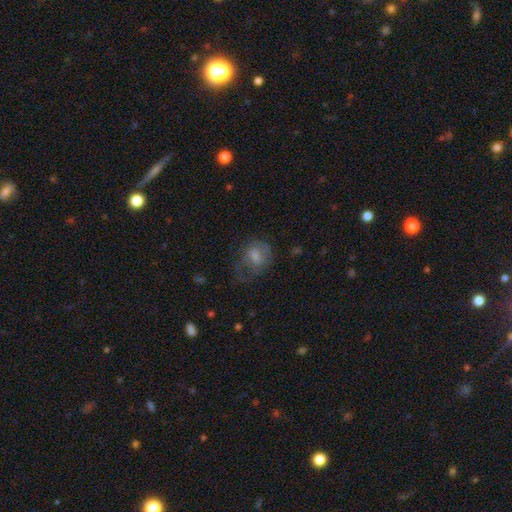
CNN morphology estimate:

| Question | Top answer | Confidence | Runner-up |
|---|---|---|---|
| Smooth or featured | smooth | 64% | featured or disk (26%) |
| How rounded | in between | 50% | round (49%) |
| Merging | none | 36% | tied: major disturbance (36%) |